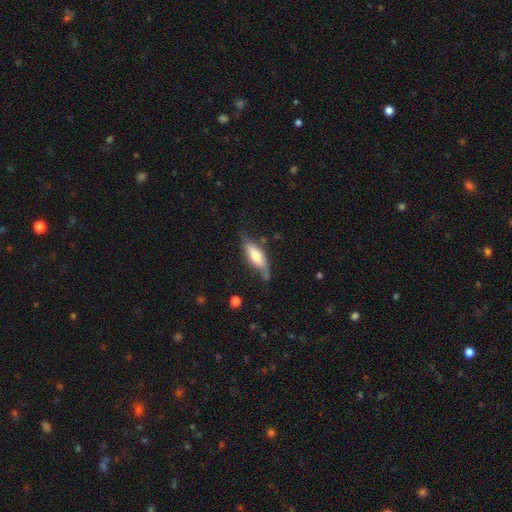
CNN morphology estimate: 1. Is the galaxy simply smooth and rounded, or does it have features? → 53% smooth, 41% featured or disk, 6% star or artifact.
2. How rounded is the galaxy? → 60% in between, 38% cigar-shaped, 2% round.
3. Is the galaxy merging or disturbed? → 58% none, 30% minor disturbance, 8% major disturbance, 3% merger.